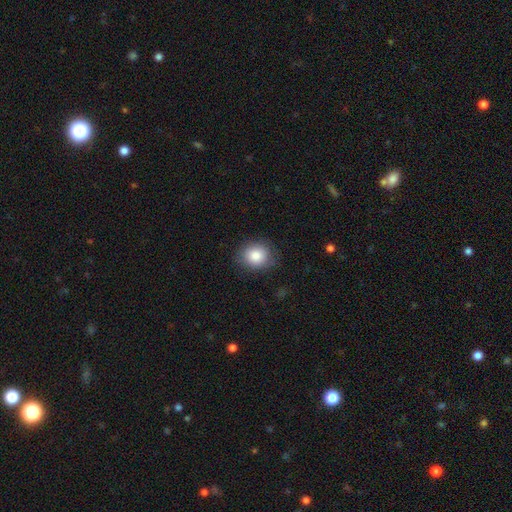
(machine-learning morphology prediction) smooth 84%, star or artifact 9%, featured or disk 8%. Down the decision tree: how rounded — round (69%); merging — none (82%).